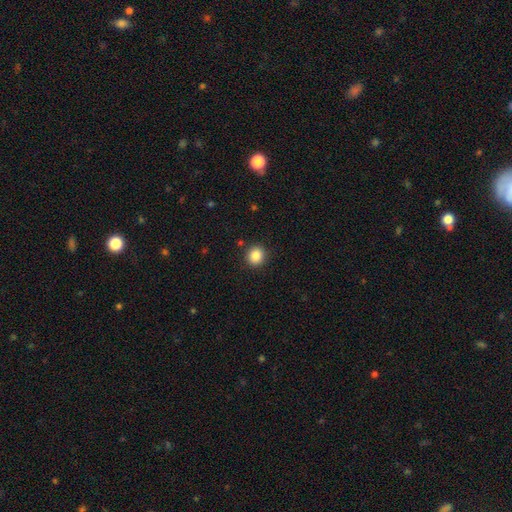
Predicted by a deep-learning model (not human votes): Q: Smooth or featured?
A: smooth (85%); runner-up: star or artifact (10%)
Q: How rounded?
A: round (88%); runner-up: in between (11%)
Q: Merging?
A: none (91%); runner-up: minor disturbance (6%)